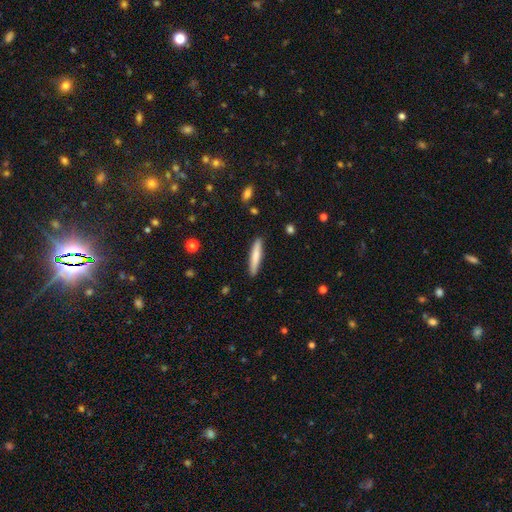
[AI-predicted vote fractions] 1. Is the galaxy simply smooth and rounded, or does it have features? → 75% smooth, 19% featured or disk, 5% star or artifact.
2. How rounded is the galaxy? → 91% cigar-shaped, 8% in between, 1% round.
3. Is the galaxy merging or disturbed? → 90% none, 7% minor disturbance, 2% major disturbance, 1% merger.